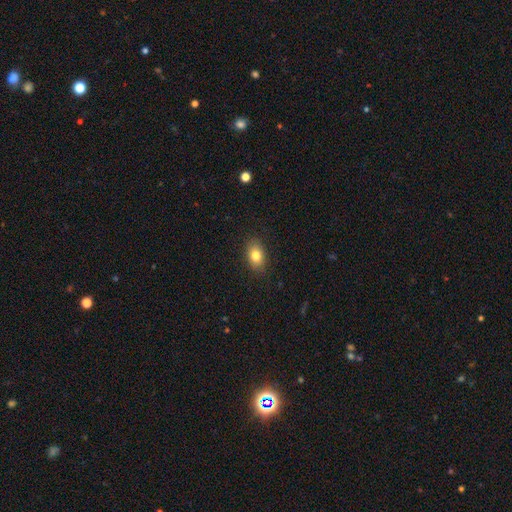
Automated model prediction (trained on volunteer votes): Smooth or featured? Predicted: smooth (p=0.80). How rounded? Predicted: in between (p=0.83). Merging? Predicted: none (p=0.87).